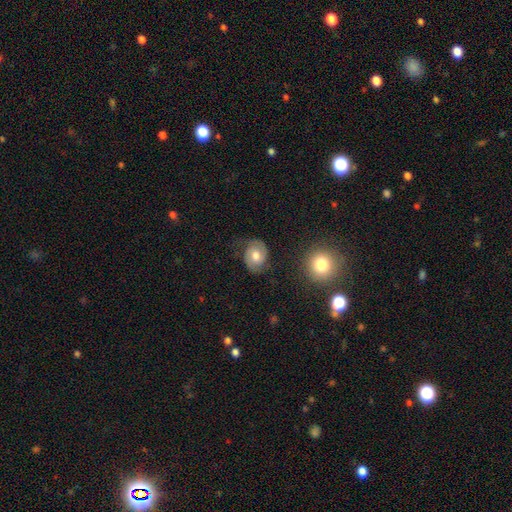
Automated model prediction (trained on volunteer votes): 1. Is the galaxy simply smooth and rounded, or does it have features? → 60% featured or disk, 32% smooth, 8% star or artifact.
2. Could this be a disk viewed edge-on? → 97% no, 3% yes.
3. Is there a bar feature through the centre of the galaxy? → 60% no, 32% weak, 7% strong.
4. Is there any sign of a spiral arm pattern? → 87% yes, 13% no.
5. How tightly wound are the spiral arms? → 47% medium, 36% tight, 17% loose.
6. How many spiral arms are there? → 88% 2, 6% can't tell, 3% 1, 1% 3, 1% 4, 1% more than 4.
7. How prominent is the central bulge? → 74% moderate, 14% large, 10% small, 1% none, 1% dominant.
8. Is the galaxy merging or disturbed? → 72% none, 18% minor disturbance, 8% major disturbance, 2% merger.